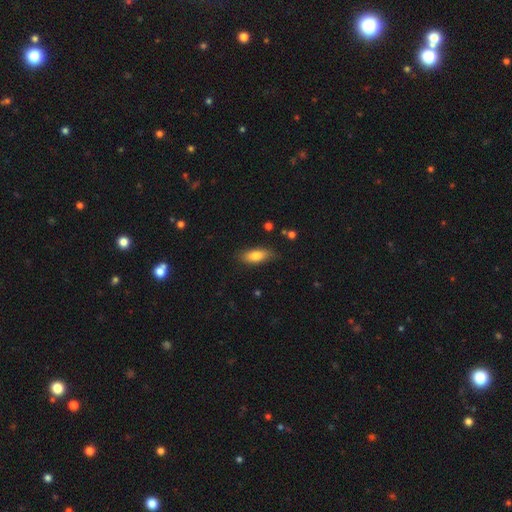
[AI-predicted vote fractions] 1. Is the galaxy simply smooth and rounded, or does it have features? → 79% smooth, 14% featured or disk, 7% star or artifact.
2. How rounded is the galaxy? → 76% in between, 21% cigar-shaped, 3% round.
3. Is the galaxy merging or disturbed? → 79% none, 17% minor disturbance, 3% major disturbance, 2% merger.